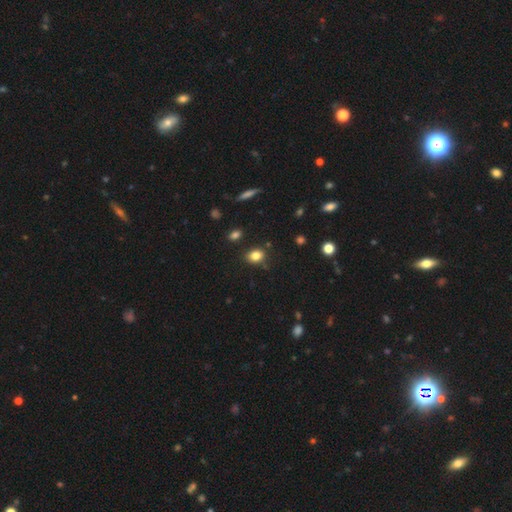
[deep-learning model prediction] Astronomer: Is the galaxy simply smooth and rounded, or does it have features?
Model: smooth — 82%.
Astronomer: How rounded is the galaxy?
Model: in between — 59% (runner-up: round, 40%).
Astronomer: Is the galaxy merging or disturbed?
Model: none — 81%.